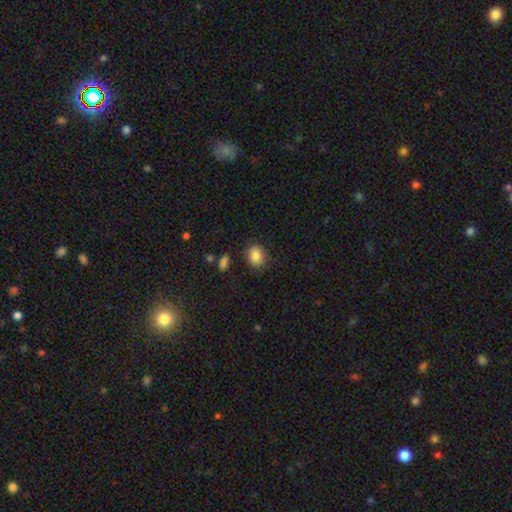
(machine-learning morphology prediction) This appears to be a smooth galaxy with no disk features (86%) that is in between round and cigar-shaped (53%). Merging: none (81%).